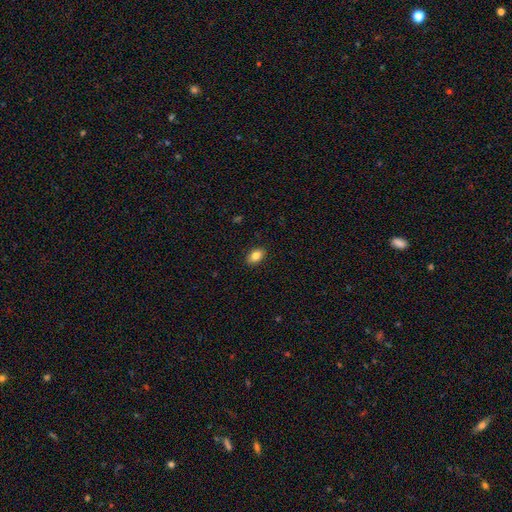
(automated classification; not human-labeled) Overall: smooth (84%). How rounded: in between (87%). Merging: none (89%).